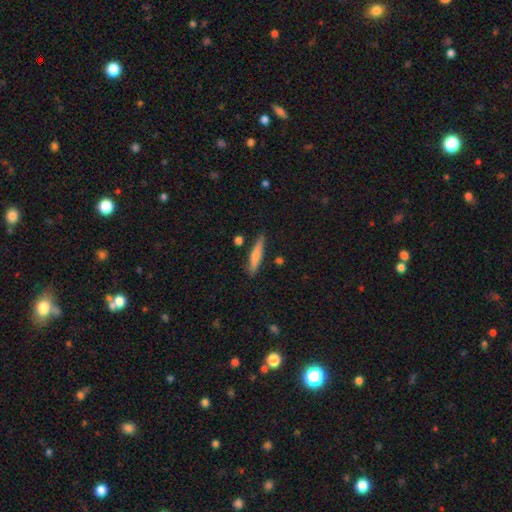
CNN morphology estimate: type=smooth (68%); roundness=cigar-shaped (88%); merging=none (81%).